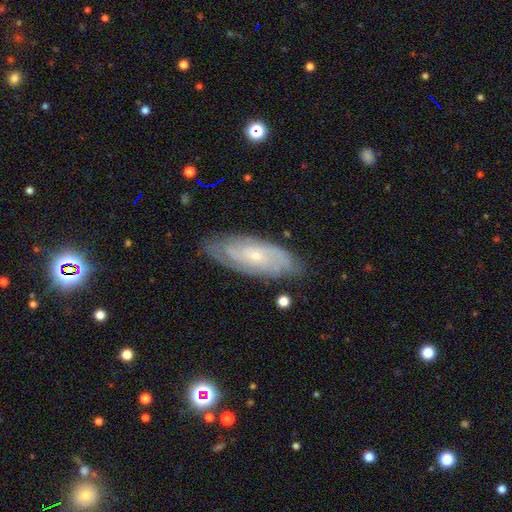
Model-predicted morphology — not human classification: Smooth or featured: featured or disk — 78% (smooth — 16%)
Edge-on disk: no — 90% (yes — 10%)
Bar: no — 70% (weak — 26%)
Spiral arms: yes — 93% (no — 7%)
Spiral winding: tight — 63% (medium — 30%)
Spiral arm count: can't tell — 42% (2 — 23%)
Bulge size: small — 79% (moderate — 17%)
Merging: none — 79% (minor disturbance — 16%)